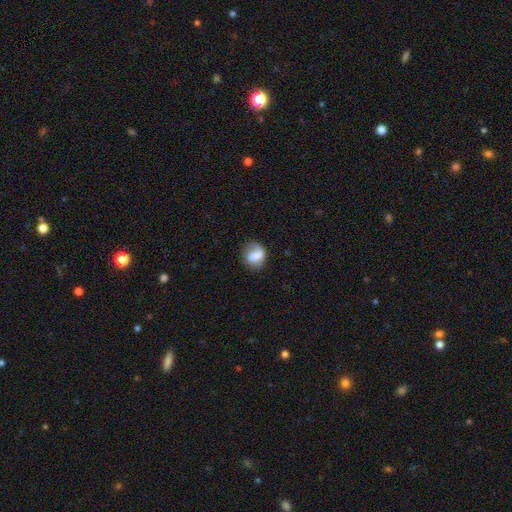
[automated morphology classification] Smooth or featured? Predicted: smooth (p=0.72). How rounded? Predicted: round (p=0.57). Merging? Predicted: none (p=0.56).